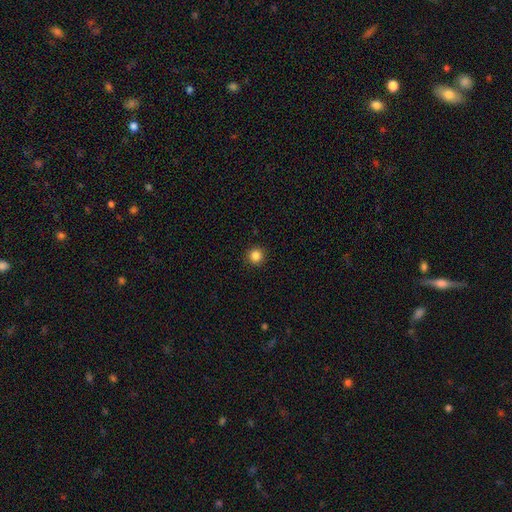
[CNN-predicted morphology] smooth_or_featured: smooth (p=0.85) [alt: star or artifact p=0.11]
how_rounded: round (p=0.95) [alt: in between p=0.04]
merging: none (p=0.93) [alt: minor disturbance p=0.05]